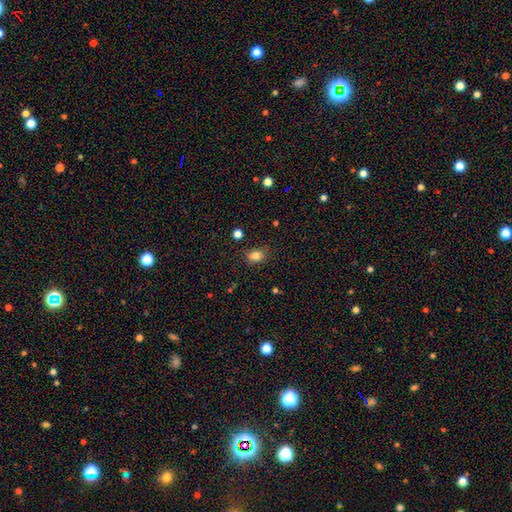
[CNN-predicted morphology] This is clearly a smooth galaxy (81%). How rounded: likely in between (63%). Merging: likely none (72%).